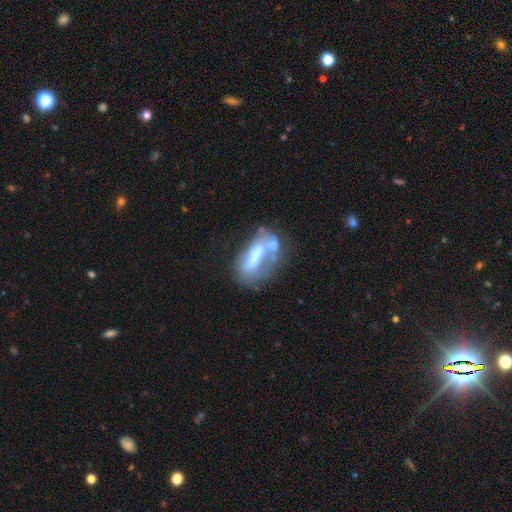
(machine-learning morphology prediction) type=featured or disk (49%); merging=merger (32%).